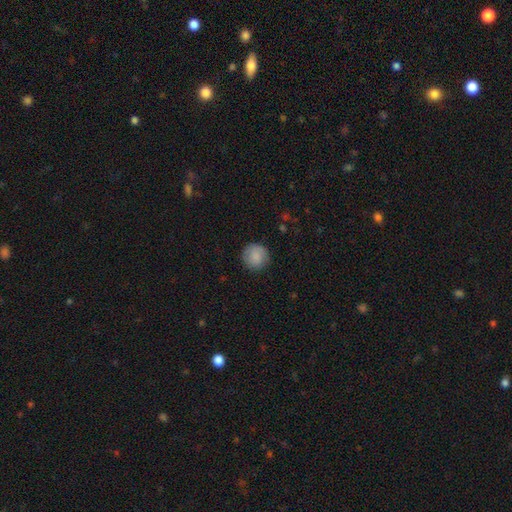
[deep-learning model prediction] This is clearly a smooth galaxy (86%). How rounded: clearly round (94%). Merging: clearly none (87%).